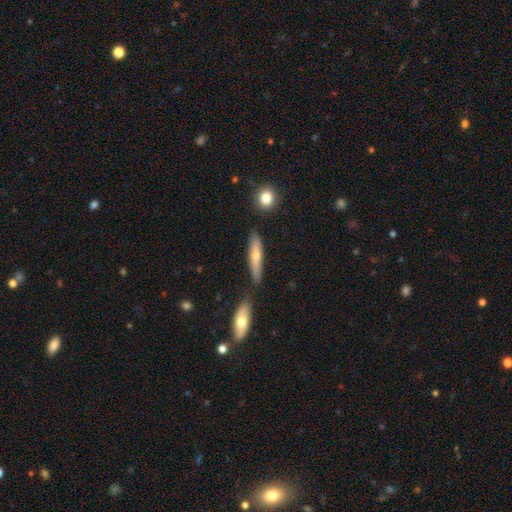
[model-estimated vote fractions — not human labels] Smooth or featured? Predicted: smooth (p=0.46). Merging? Predicted: none (p=0.73).